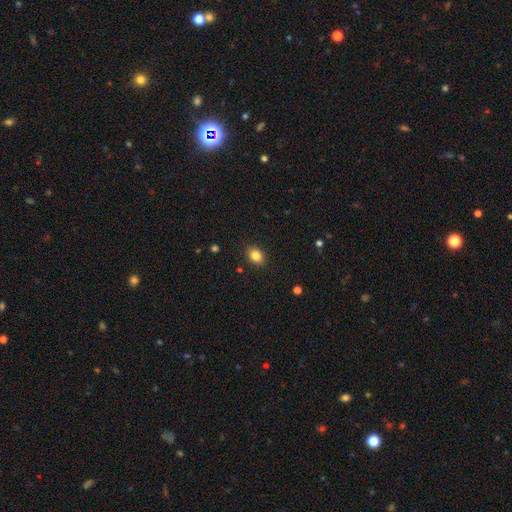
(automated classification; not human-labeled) smooth_or_featured: smooth (p=0.84) [alt: star or artifact p=0.10]
how_rounded: in between (p=0.68) [alt: round p=0.31]
merging: none (p=0.88) [alt: minor disturbance p=0.08]